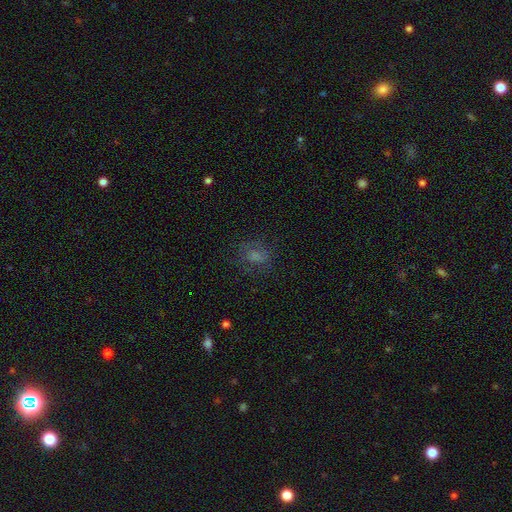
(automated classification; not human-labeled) smooth_or_featured: smooth (p=0.61) [alt: star or artifact p=0.20]
how_rounded: in between (p=0.56) [alt: round p=0.42]
merging: none (p=0.65) [alt: minor disturbance p=0.18]